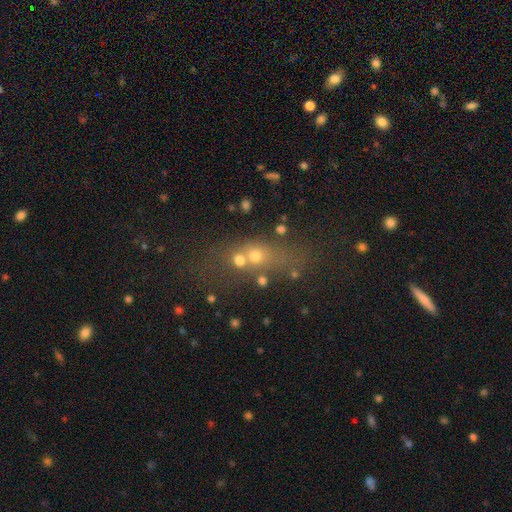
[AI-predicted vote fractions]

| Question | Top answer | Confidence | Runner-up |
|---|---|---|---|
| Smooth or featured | smooth | 57% | star or artifact (23%) |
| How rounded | round | 47% | in between (38%) |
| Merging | merger | 45% | none (35%) |